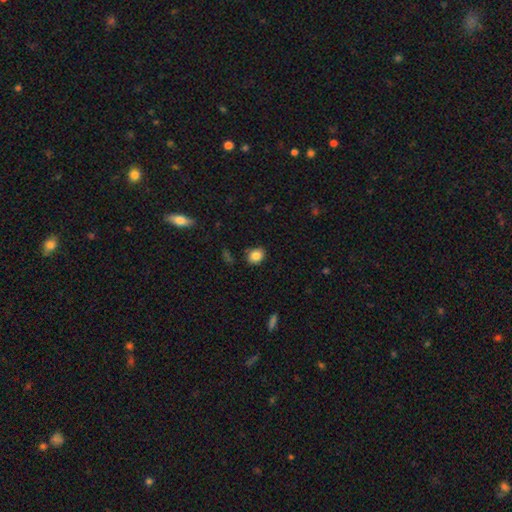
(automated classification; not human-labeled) Overall: smooth (85%). How rounded: in between (50%; round 49%). Merging: none (84%).